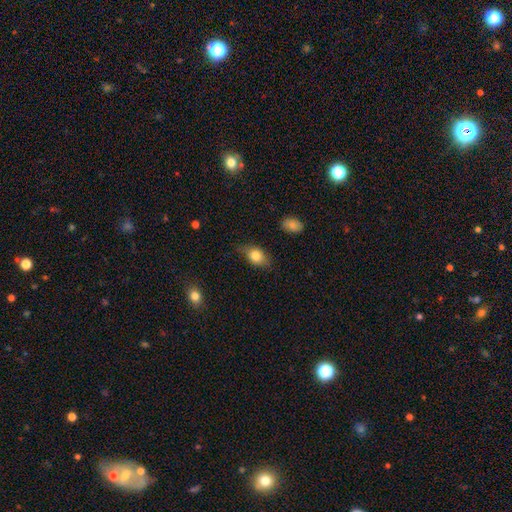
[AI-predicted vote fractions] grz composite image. It shows a smooth galaxy with no disk features (79%) that is in between round and cigar-shaped (74%). Merging: none (69%).